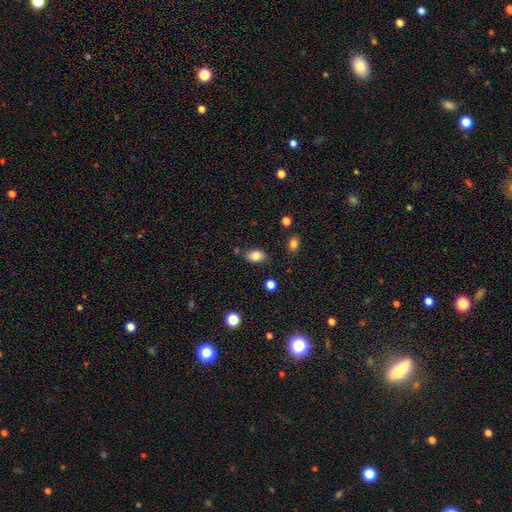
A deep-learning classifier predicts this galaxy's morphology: smooth 84%, star or artifact 9%, featured or disk 7%. Down the decision tree: how rounded — in between (85%); merging — none (76%).